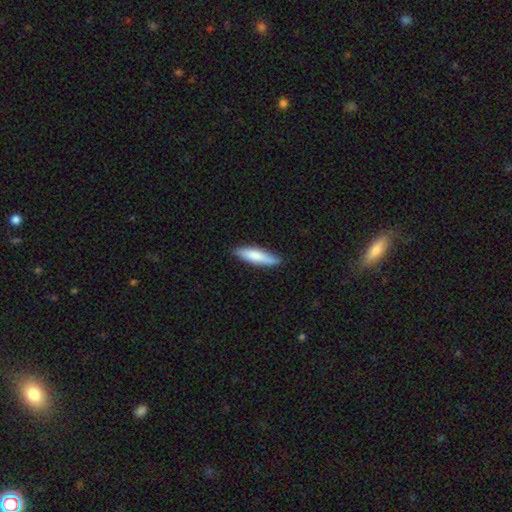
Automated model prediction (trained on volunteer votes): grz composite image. It shows a smooth galaxy with no disk features (77%) that is cigar-shaped (71%). Merging: none (83%).